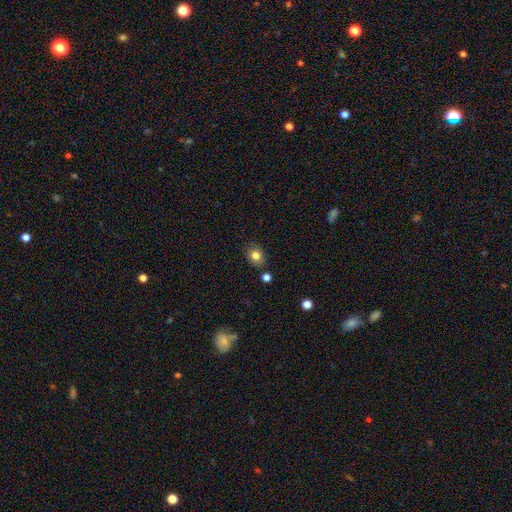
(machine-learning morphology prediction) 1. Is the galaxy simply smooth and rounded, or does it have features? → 81% smooth, 11% star or artifact, 8% featured or disk.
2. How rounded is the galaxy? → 53% round, 46% in between, 1% cigar-shaped.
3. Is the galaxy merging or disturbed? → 81% none, 12% minor disturbance, 4% merger, 3% major disturbance.